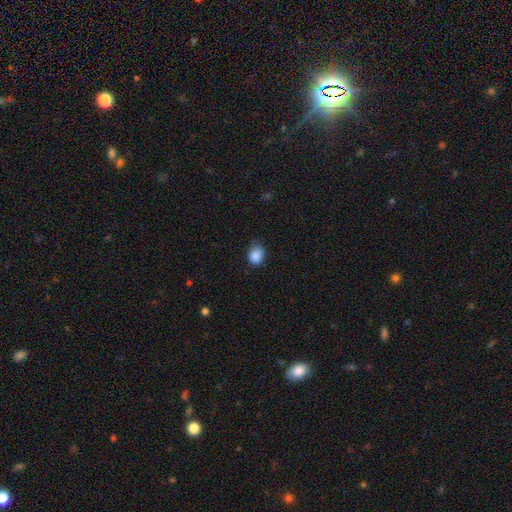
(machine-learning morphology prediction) smooth 88%, star or artifact 9%, featured or disk 3%. Down the decision tree: how rounded — round (53%); merging — none (65%).